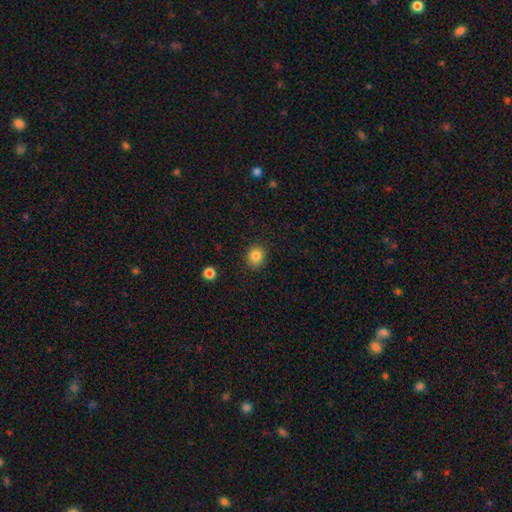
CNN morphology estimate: smooth_or_featured: smooth (p=0.85) [alt: star or artifact p=0.10]
how_rounded: round (p=0.73) [alt: in between p=0.26]
merging: none (p=0.88) [alt: minor disturbance p=0.08]